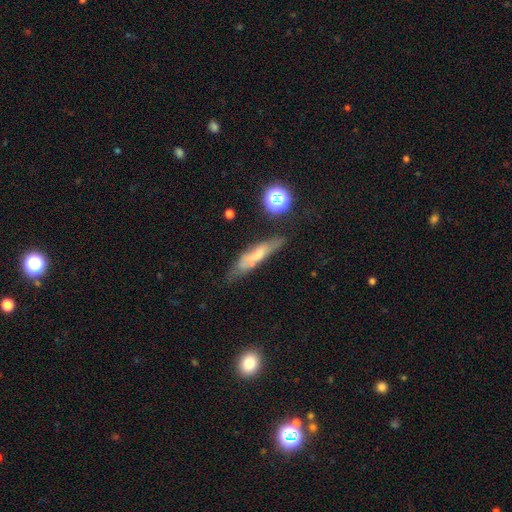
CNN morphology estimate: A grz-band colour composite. It shows a smooth galaxy with no disk features (52%) that is cigar-shaped (76%). Merging: none (59%).